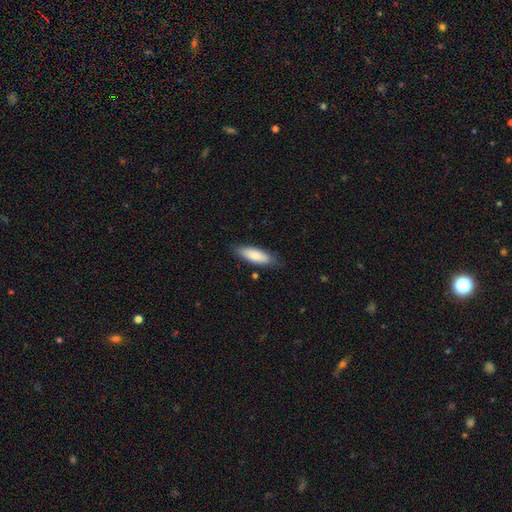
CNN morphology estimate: Smooth or featured? smooth (82%)
How rounded? in between (59%)
Merging? none (82%)